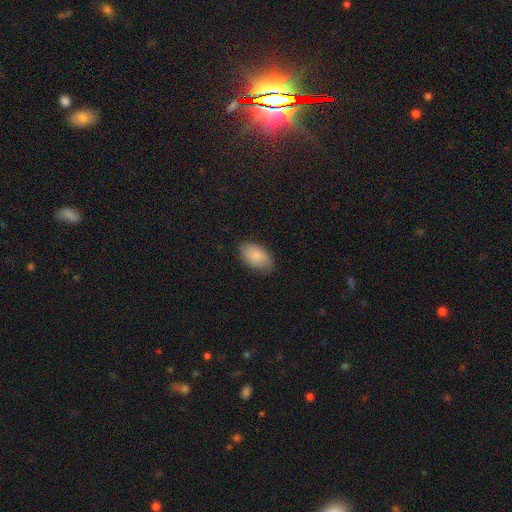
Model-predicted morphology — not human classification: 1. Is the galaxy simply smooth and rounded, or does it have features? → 81% smooth, 13% featured or disk, 7% star or artifact.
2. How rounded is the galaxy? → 93% in between, 5% round, 2% cigar-shaped.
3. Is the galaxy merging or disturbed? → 76% none, 19% minor disturbance, 4% major disturbance, 1% merger.